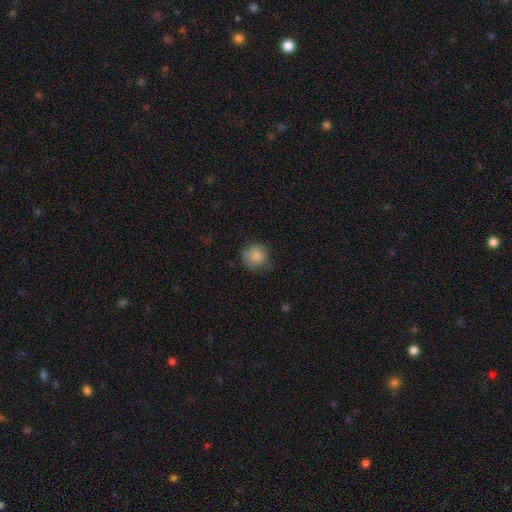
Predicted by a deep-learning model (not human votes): This appears to be a smooth galaxy with no disk features (85%) that is round (89%). Merging: none (70%).